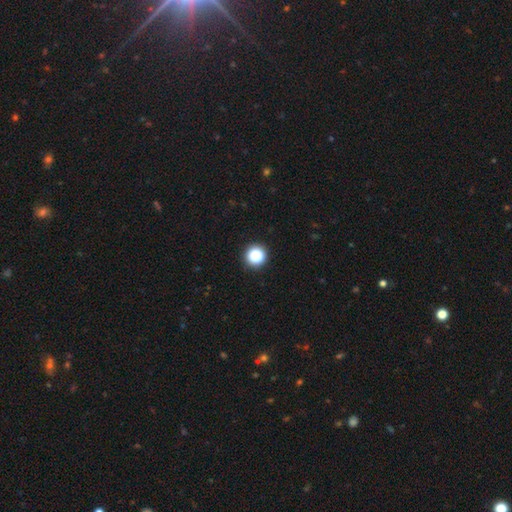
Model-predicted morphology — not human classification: Q: Smooth or featured?
A: smooth (88%); runner-up: star or artifact (9%)
Q: How rounded?
A: round (96%); runner-up: in between (3%)
Q: Merging?
A: none (92%); runner-up: minor disturbance (5%)